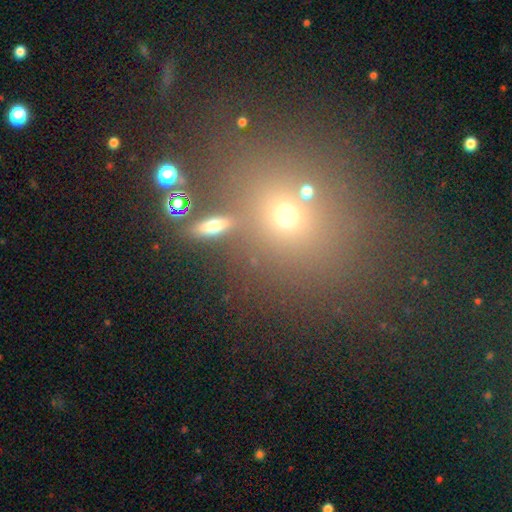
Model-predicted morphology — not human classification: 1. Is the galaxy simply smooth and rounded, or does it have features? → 53% smooth, 34% star or artifact, 13% featured or disk.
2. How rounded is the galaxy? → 66% round, 32% in between, 2% cigar-shaped.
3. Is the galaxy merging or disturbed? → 70% none, 13% merger, 11% minor disturbance, 7% major disturbance.